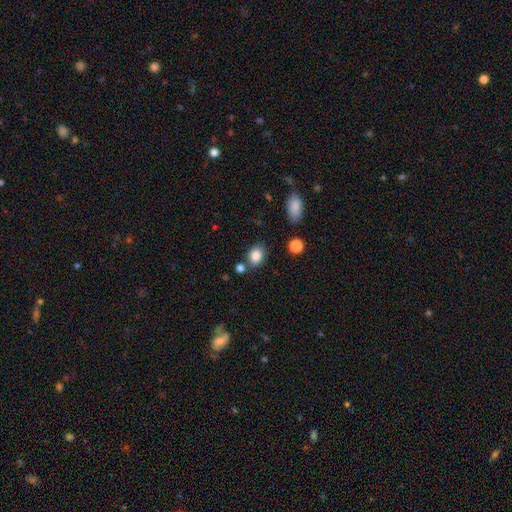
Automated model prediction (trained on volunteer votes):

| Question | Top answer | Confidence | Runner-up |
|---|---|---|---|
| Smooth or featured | smooth | 84% | star or artifact (9%) |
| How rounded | in between | 66% | round (33%) |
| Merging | none | 75% | minor disturbance (13%) |